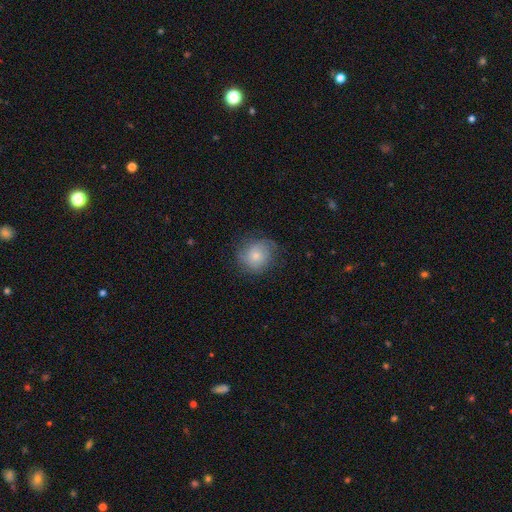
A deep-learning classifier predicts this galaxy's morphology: Smooth or featured? Predicted: smooth (p=0.49). Merging? Predicted: none (p=0.67).